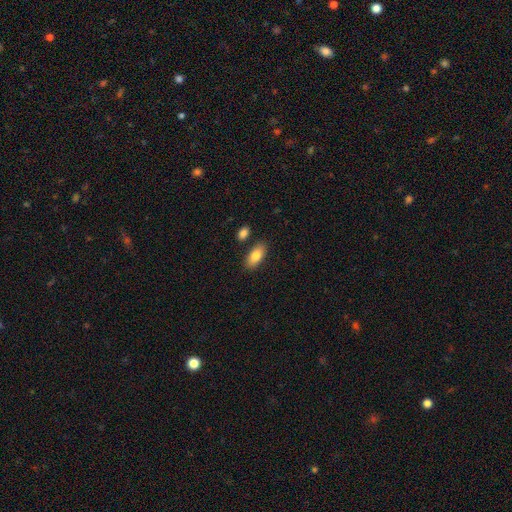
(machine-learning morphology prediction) smooth_or_featured: smooth (p=0.83) [alt: featured or disk p=0.11]
how_rounded: in between (p=0.89) [alt: cigar-shaped p=0.07]
merging: none (p=0.83) [alt: minor disturbance p=0.10]